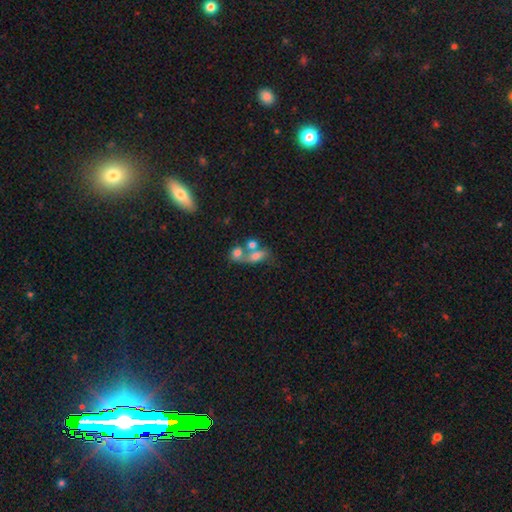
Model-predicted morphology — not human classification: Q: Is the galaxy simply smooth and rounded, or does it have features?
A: smooth — 62%.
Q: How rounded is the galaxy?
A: in between — 66%.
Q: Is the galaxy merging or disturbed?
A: merger — 57%.